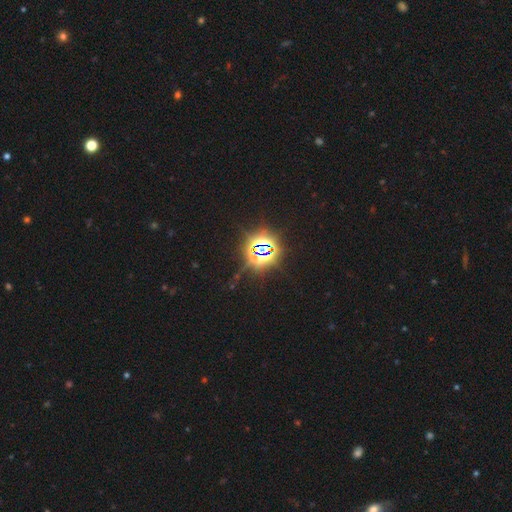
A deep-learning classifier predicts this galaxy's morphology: A star or artifact, not a galaxy (82%).

Vote fractions:
- Smooth or featured? star or artifact: 82% / smooth: 10% / featured or disk: 8%